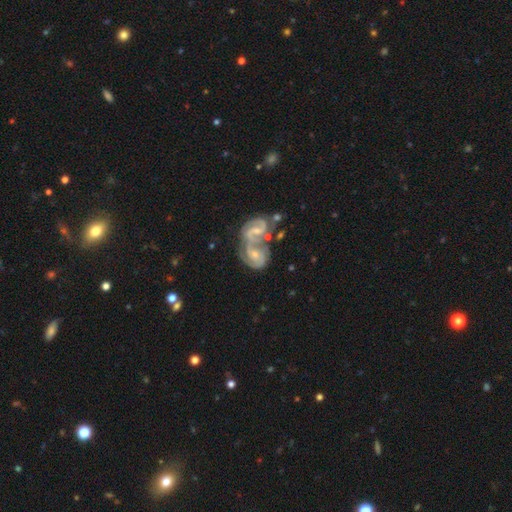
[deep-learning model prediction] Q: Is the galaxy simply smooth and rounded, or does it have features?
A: featured or disk — 87%.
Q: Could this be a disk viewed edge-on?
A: no — 98%.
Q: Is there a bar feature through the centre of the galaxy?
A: no — 49%.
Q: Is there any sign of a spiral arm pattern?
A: yes — 97%.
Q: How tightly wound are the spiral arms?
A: medium — 52%.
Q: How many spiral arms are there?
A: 2 — 74%.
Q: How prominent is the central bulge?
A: small — 63%.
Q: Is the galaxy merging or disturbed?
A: merger — 74%.